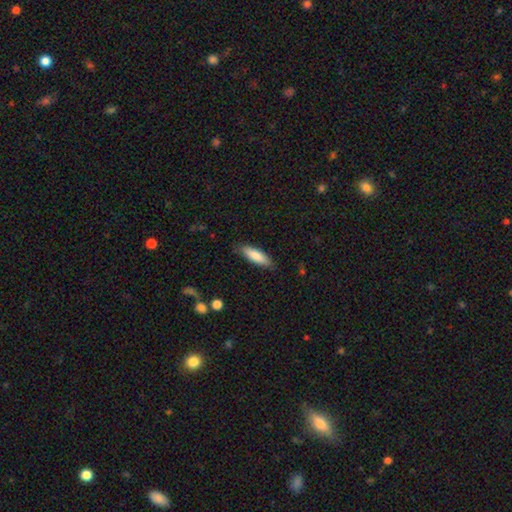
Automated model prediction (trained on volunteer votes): smooth-or-featured: smooth: 83% | featured or disk: 11% | star or artifact: 6%
  how-rounded: cigar-shaped: 51% | in between: 47% | round: 1%
  merging: none: 85% | minor disturbance: 11% | major disturbance: 2% | merger: 1%